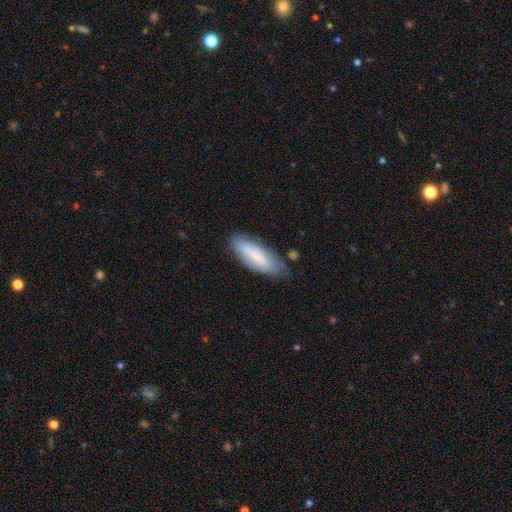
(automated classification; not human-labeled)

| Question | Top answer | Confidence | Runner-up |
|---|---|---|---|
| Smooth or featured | smooth | 69% | featured or disk (25%) |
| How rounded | in between | 62% | cigar-shaped (36%) |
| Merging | none | 68% | minor disturbance (24%) |